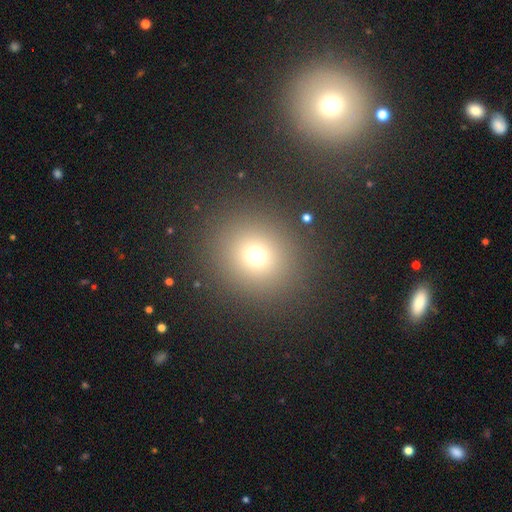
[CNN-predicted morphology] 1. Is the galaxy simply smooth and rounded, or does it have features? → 70% smooth, 21% star or artifact, 9% featured or disk.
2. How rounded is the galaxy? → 89% round, 10% in between, 1% cigar-shaped.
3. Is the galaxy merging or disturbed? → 88% none, 6% minor disturbance, 4% major disturbance, 2% merger.